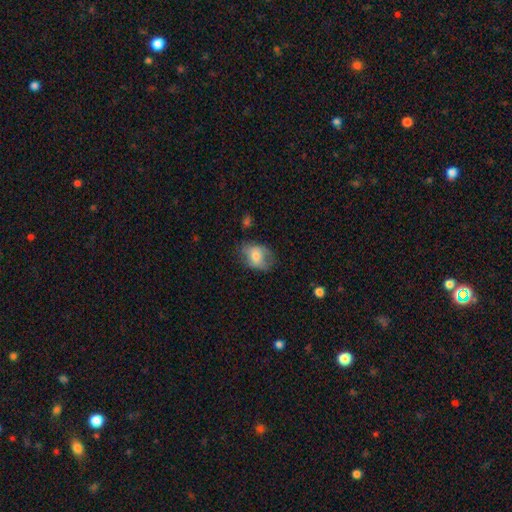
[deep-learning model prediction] Smooth or featured?
  - smooth: 67% *
  - featured or disk: 25%
  - star or artifact: 8%
How rounded?
  - in between: 72% *
  - round: 26%
  - cigar-shaped: 1%
Merging?
  - none: 55% *
  - minor disturbance: 29%
  - major disturbance: 14%
  - merger: 2%